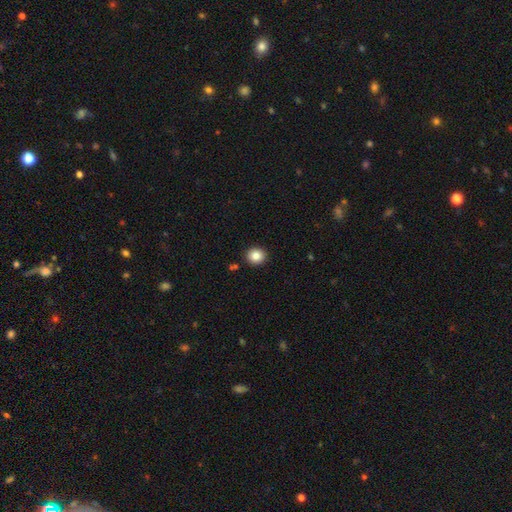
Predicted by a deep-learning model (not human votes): Smooth or featured? Predicted: smooth (p=0.85). How rounded? Predicted: round (p=0.85). Merging? Predicted: none (p=0.91).